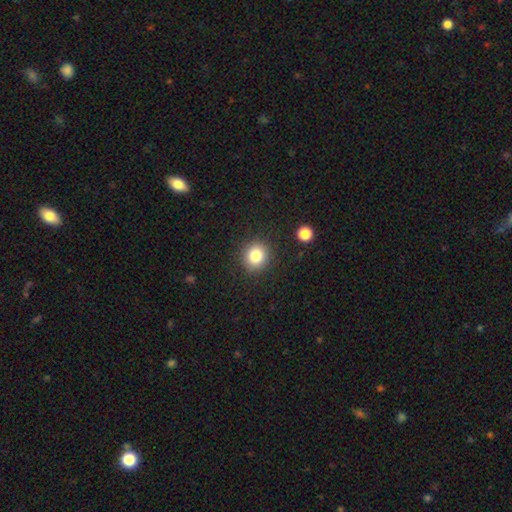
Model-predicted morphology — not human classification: Q: Smooth or featured?
A: smooth (82%); runner-up: star or artifact (12%)
Q: How rounded?
A: round (85%); runner-up: in between (14%)
Q: Merging?
A: none (89%); runner-up: minor disturbance (7%)